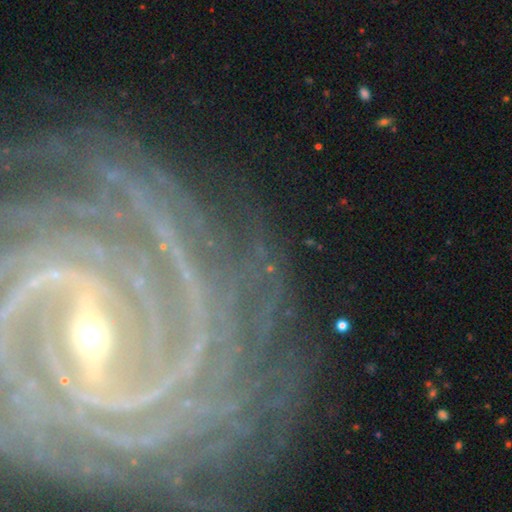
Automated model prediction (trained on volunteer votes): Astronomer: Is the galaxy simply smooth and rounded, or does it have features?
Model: featured or disk — 88%.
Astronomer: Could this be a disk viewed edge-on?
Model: no — 96%.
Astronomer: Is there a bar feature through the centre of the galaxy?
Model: strong — 64%.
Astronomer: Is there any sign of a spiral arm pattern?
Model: yes — 97%.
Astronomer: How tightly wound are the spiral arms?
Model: tight — 80%.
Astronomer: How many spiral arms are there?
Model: more than 4 — 27% (runner-up: can't tell, 19%).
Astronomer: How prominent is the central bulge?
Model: small — 64%.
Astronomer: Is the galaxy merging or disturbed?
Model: none — 78%.